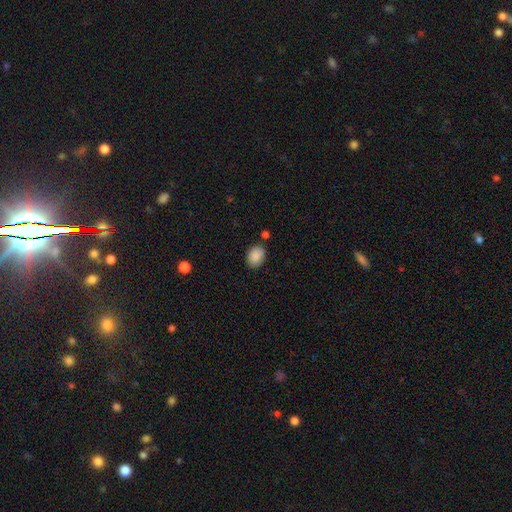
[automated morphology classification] Overall: smooth (89%). How rounded: in between (69%; round 30%). Merging: none (79%).